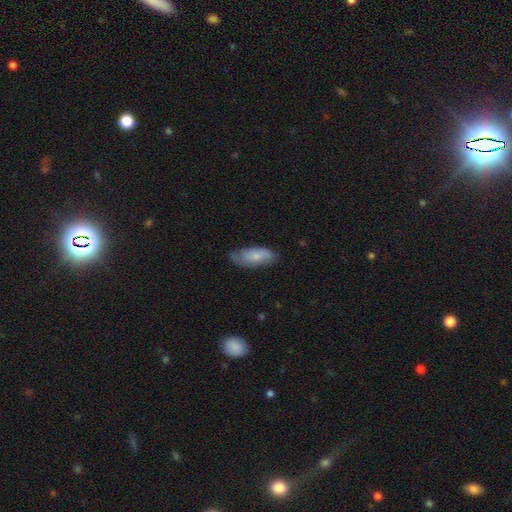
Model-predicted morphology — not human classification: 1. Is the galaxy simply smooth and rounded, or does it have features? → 66% smooth, 28% featured or disk, 6% star or artifact.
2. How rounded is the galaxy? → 78% in between, 20% cigar-shaped, 2% round.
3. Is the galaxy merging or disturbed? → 66% none, 27% minor disturbance, 6% major disturbance, 1% merger.